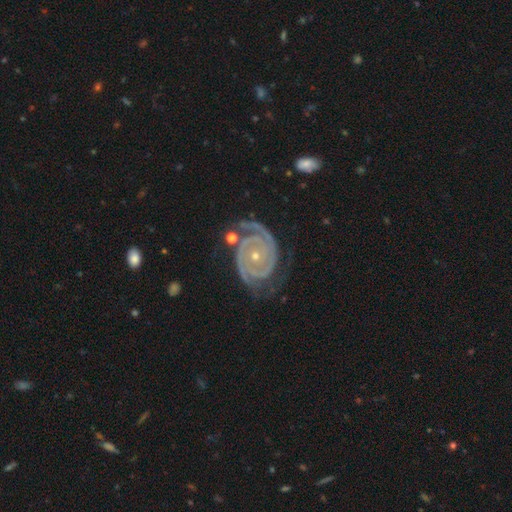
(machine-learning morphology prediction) This is clearly a featured or disk galaxy (92%). It is clearly not viewed edge-on (98%). Bar: likely no (77%). Spiral arm pattern: clearly yes (98%). Spiral arm count: likely 2 (75%). Spiral winding: likely tight (79%). Central bulge: likely small (71%). Merging: likely none (70%).